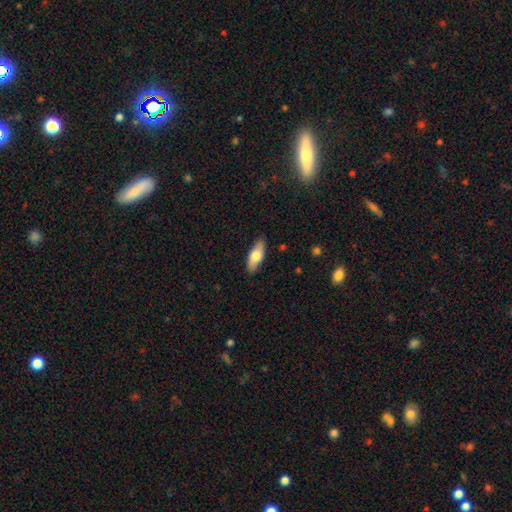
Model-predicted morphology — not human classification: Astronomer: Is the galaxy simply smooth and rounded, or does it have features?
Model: smooth — 68%.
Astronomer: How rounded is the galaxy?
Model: in between — 70%.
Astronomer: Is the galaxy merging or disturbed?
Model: none — 87%.